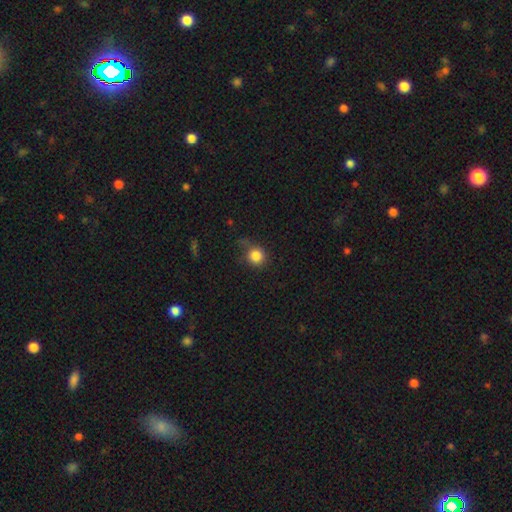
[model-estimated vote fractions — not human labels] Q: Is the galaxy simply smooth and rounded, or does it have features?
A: smooth — 84%.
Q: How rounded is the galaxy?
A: round — 90%.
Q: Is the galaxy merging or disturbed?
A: none — 66%.